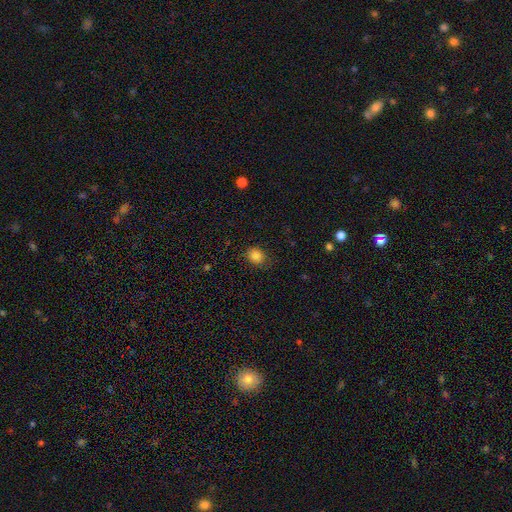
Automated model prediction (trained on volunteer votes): Q: Smooth or featured?
A: smooth (85%); runner-up: star or artifact (11%)
Q: How rounded?
A: round (57%); runner-up: in between (42%)
Q: Merging?
A: none (76%); runner-up: minor disturbance (17%)